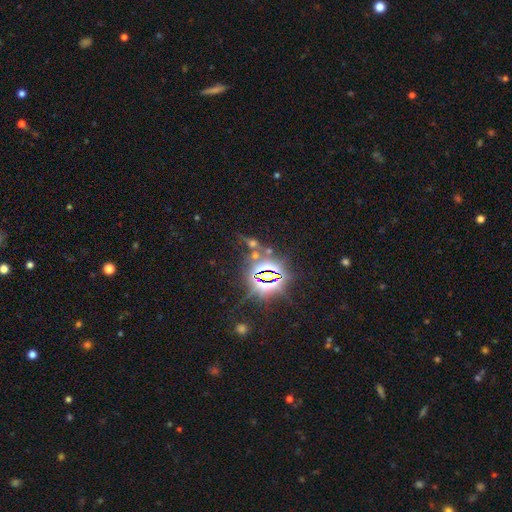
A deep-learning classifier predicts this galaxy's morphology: This appears to be a star or artifact, not a galaxy (79%).